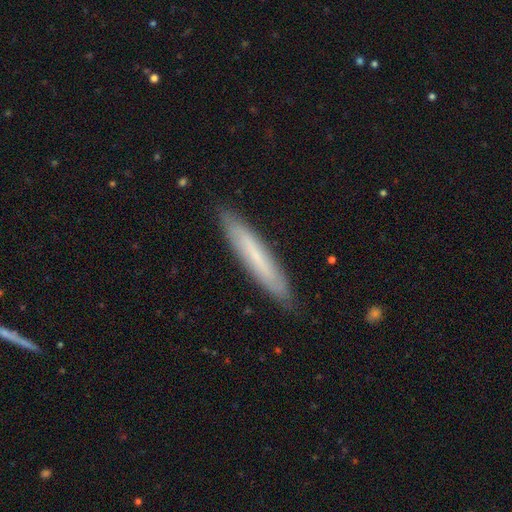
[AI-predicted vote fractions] This is possibly a smooth galaxy (55%). How rounded: clearly cigar-shaped (92%). Merging: clearly none (88%).